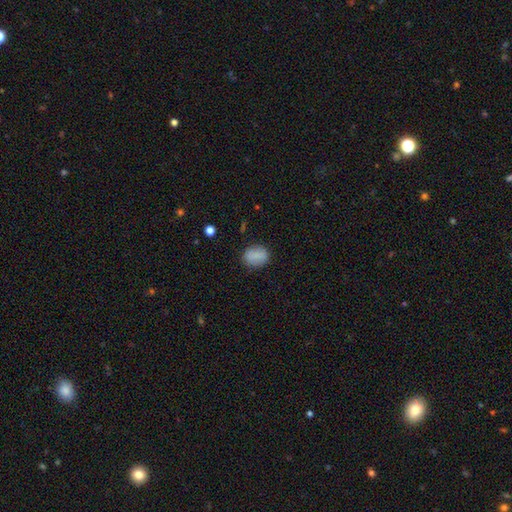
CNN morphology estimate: This appears to be a smooth galaxy with no disk features (82%) that is in between round and cigar-shaped (60%). Merging: none (82%).